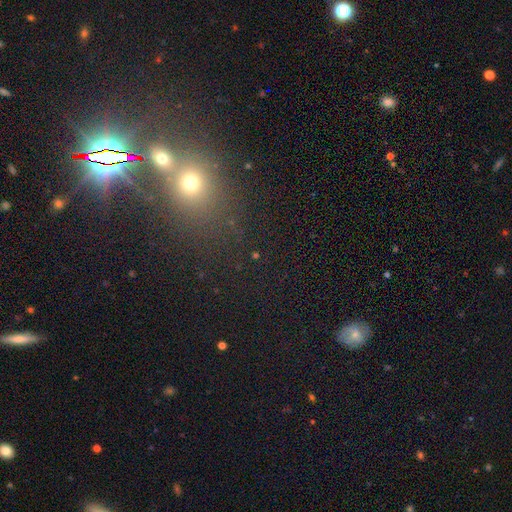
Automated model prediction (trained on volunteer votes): Smooth or featured? star or artifact (47%)